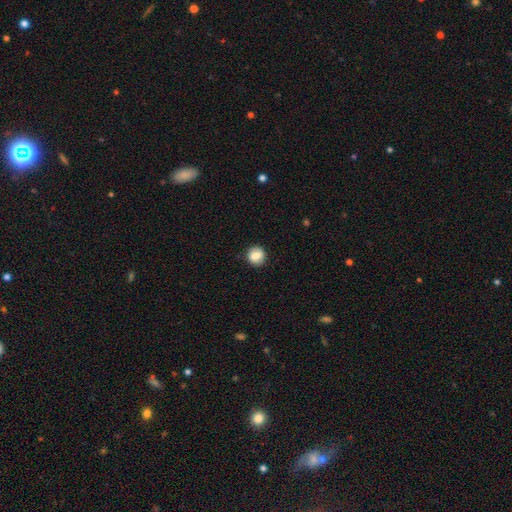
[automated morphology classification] Q: Smooth or featured?
A: smooth (81%); runner-up: featured or disk (11%)
Q: How rounded?
A: round (87%); runner-up: in between (12%)
Q: Merging?
A: none (88%); runner-up: minor disturbance (9%)